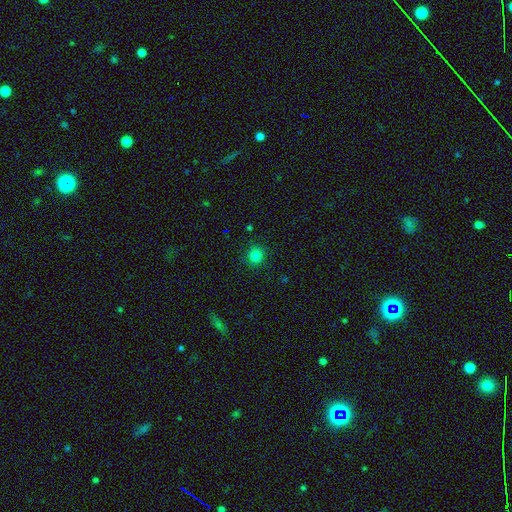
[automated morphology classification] Smooth or featured: smooth — 82% (star or artifact — 14%)
How rounded: round — 91% (in between — 8%)
Merging: none — 88% (minor disturbance — 8%)